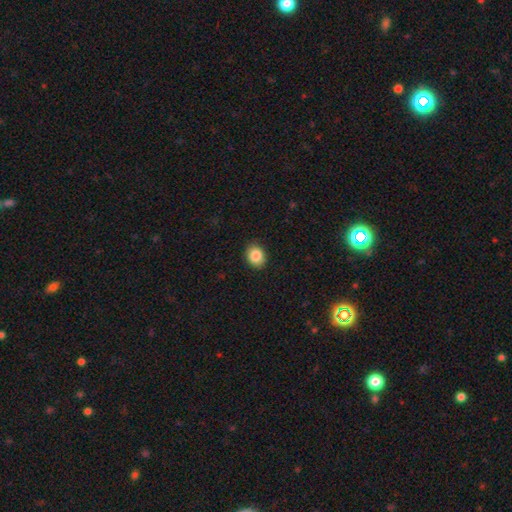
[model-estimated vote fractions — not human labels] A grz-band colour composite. It shows a smooth galaxy with no disk features (86%) that is round (52%). Merging: none (90%).